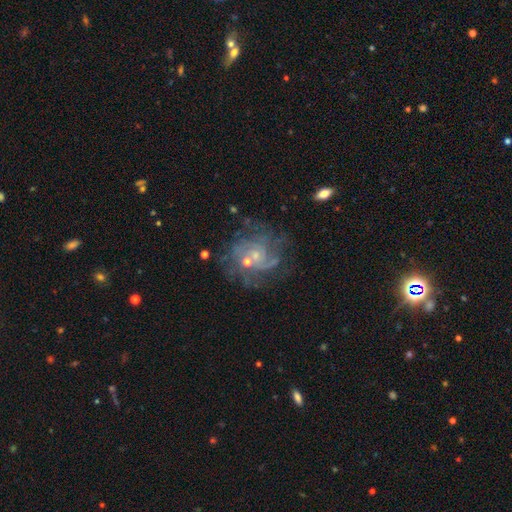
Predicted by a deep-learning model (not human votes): smooth-or-featured: featured or disk: 69% | star or artifact: 18% | smooth: 13%
  disk-edge-on: no: 97% | yes: 3%
    bar: no: 70% | weak: 25% | strong: 5%
    has-spiral-arms: yes: 86% | no: 14%
      spiral-winding: tight: 45% | medium: 39% | loose: 15%
      spiral-arm-count: can't tell: 39% | 3: 17% | 4: 14% | 2: 13% | more than 4: 9% | 1: 7%
    bulge-size: small: 65% | moderate: 25% | none: 6% | large: 2% | dominant: 1%
  merging: none: 70% | minor disturbance: 14% | major disturbance: 11% | merger: 4%